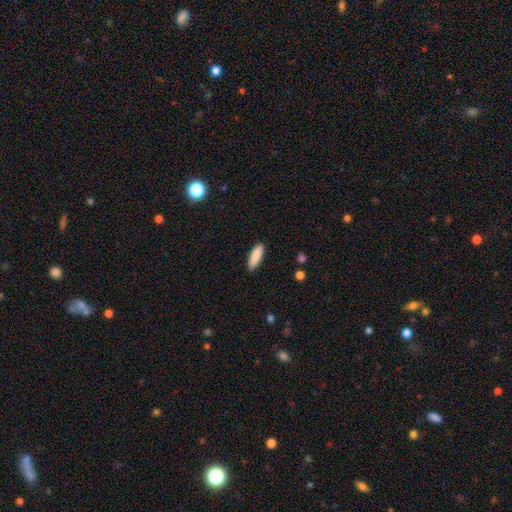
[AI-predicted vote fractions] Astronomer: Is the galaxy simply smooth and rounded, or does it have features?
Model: smooth — 88%.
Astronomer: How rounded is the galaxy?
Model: cigar-shaped — 49%, tied with in between at 49%.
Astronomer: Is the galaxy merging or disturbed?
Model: none — 87%.